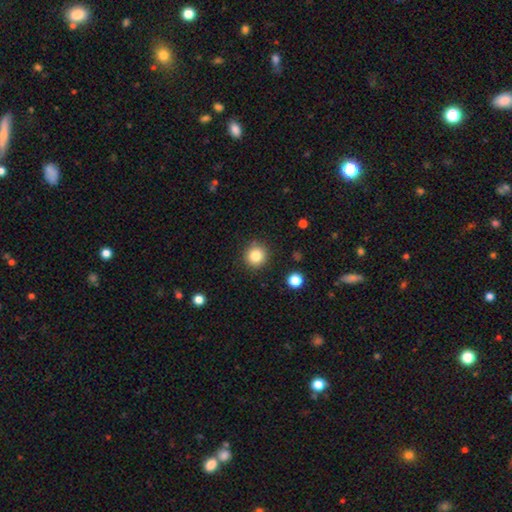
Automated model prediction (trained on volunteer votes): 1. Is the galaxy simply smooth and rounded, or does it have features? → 82% smooth, 11% star or artifact, 7% featured or disk.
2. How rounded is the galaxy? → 93% round, 6% in between, 1% cigar-shaped.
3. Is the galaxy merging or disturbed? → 89% none, 7% minor disturbance, 2% major disturbance, 2% merger.